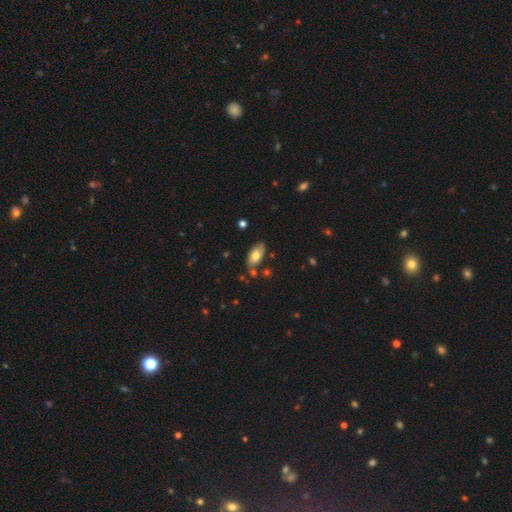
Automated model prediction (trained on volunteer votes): A smooth galaxy with no disk features (73%) that is in between round and cigar-shaped (93%).

Vote fractions:
- Smooth or featured? smooth: 73% / featured or disk: 20% / star or artifact: 7%
- How rounded? in between: 93% / cigar-shaped: 4% / round: 3%
- Merging? none: 75% / minor disturbance: 16% / merger: 6% / major disturbance: 4%